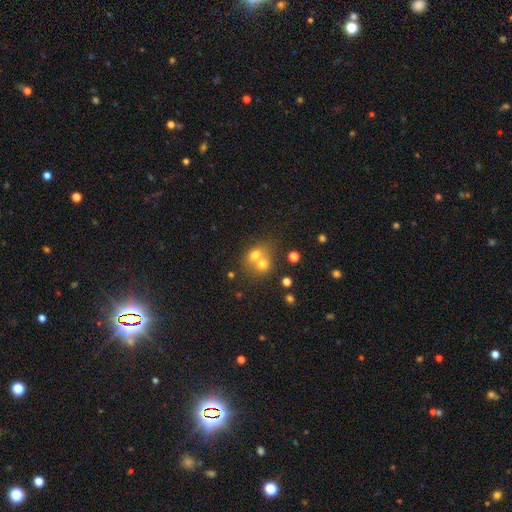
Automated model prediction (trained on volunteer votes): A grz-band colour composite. It shows a smooth galaxy with no disk features (66%) that is round (61%). Merging: merger (64%).